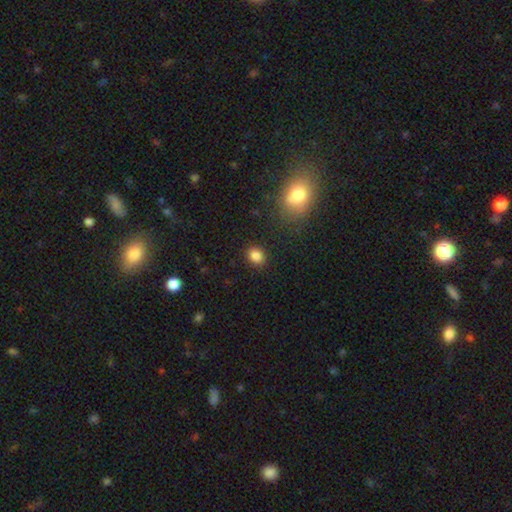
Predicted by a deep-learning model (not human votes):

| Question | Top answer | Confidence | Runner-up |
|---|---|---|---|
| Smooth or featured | smooth | 84% | star or artifact (11%) |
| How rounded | in between | 52% | round (47%) |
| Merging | none | 88% | minor disturbance (8%) |